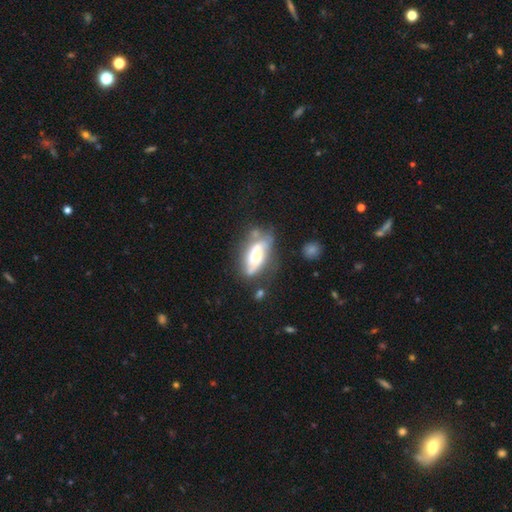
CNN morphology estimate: Smooth or featured? Predicted: featured or disk (p=0.56). Edge-on disk? Predicted: no (p=0.87). Merging? Predicted: none (p=0.49).